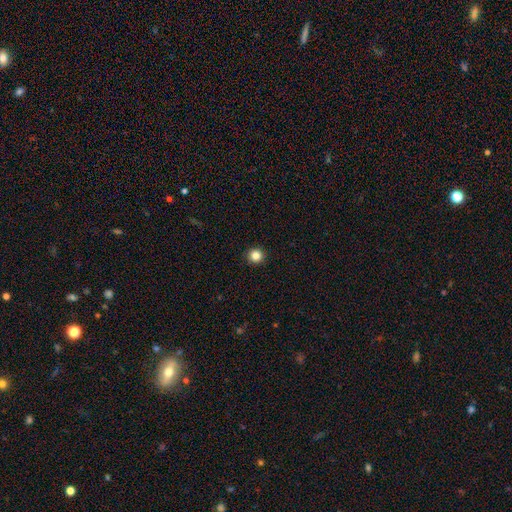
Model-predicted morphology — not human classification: Overall: smooth (85%). How rounded: round (95%). Merging: none (94%).